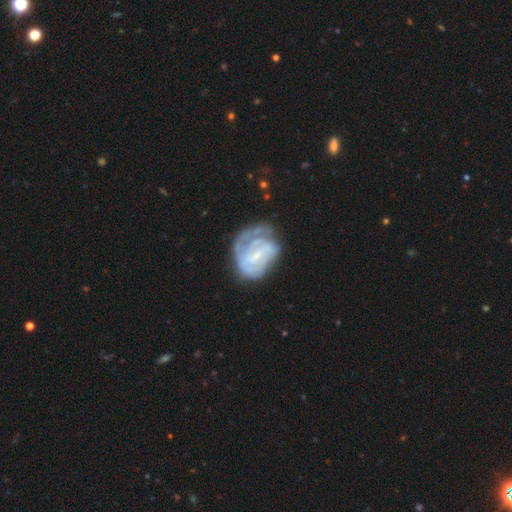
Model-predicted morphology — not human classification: smooth_or_featured: featured or disk (p=0.77) [alt: smooth p=0.16]
disk_edge_on: no (p=0.98) [alt: yes p=0.02]
bar: weak (p=0.52) [alt: no p=0.28]
has_spiral_arms: yes (p=0.84) [alt: no p=0.16]
spiral_winding: tight (p=0.56) [alt: medium p=0.32]
spiral_arm_count: can't tell (p=0.40) [alt: 2 p=0.27]
bulge_size: small (p=0.55) [alt: none p=0.25]
merging: none (p=0.44) [alt: minor disturbance p=0.27]